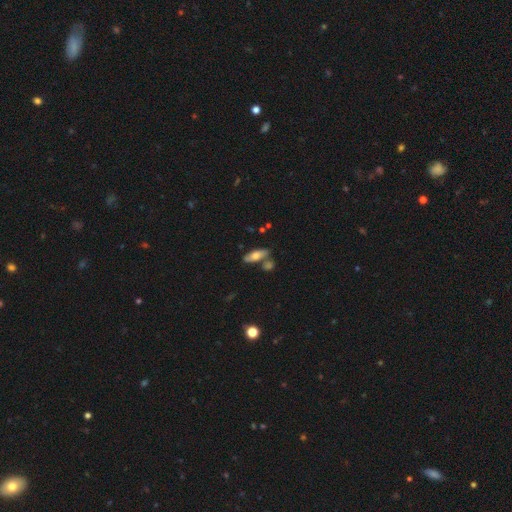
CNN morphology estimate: Smooth or featured? Predicted: smooth (p=0.65). How rounded? Predicted: in between (p=0.68). Merging? Predicted: none (p=0.67).